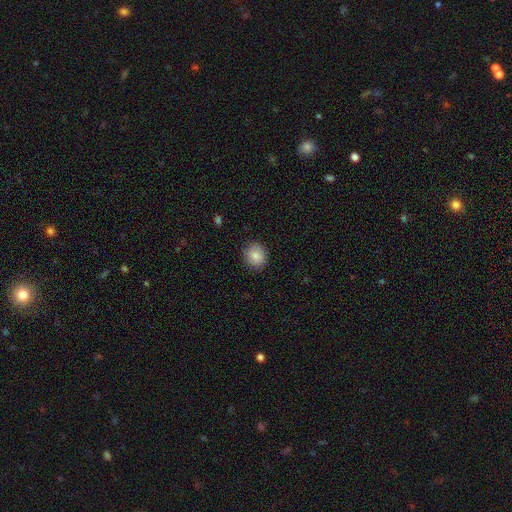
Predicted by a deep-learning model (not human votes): This is clearly a smooth galaxy (85%). How rounded: clearly round (80%). Merging: clearly none (88%).